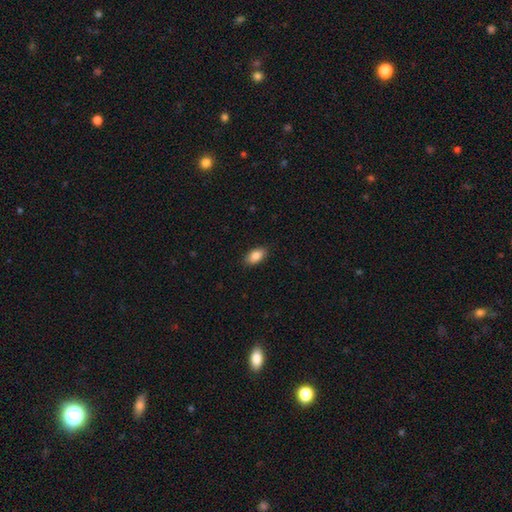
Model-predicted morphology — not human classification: Smooth or featured? smooth (86%)
How rounded? in between (92%)
Merging? none (88%)